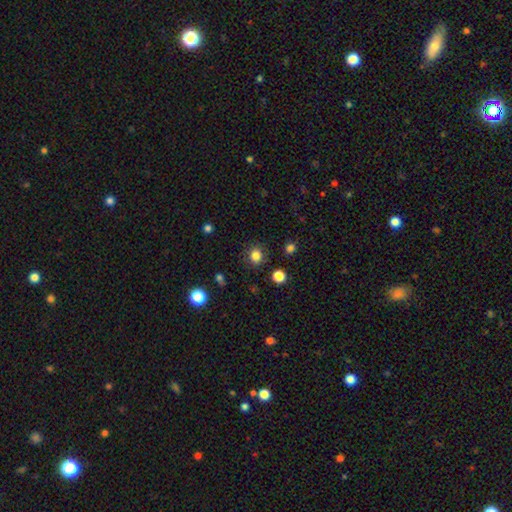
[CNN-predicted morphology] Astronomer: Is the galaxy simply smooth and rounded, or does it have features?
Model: smooth — 82%.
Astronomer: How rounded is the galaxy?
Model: round — 80%.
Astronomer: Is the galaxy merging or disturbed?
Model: none — 86%.